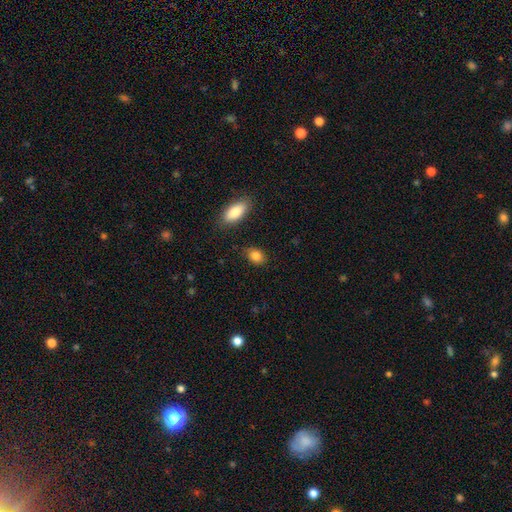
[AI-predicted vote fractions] Smooth or featured? smooth (85%)
How rounded? in between (77%)
Merging? none (81%)